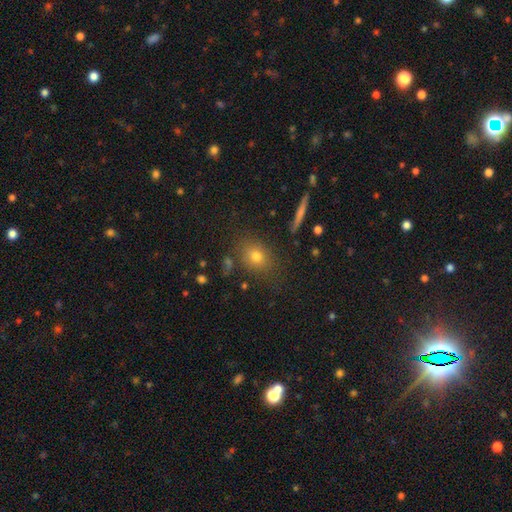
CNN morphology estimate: This appears to be a smooth galaxy with no disk features (67%) that is round (54%). Merging: none (81%).